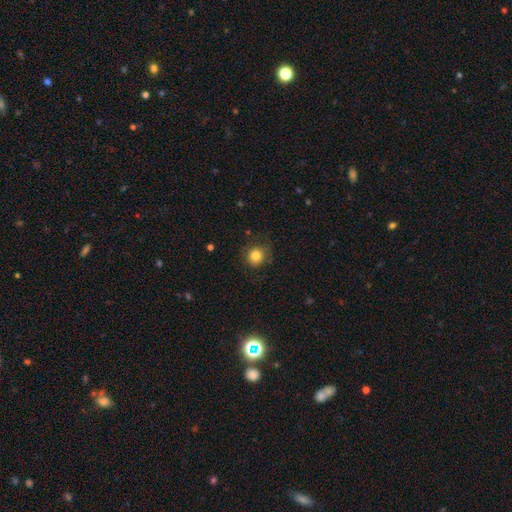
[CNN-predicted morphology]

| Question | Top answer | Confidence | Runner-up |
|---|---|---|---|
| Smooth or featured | smooth | 82% | star or artifact (11%) |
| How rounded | round | 89% | in between (10%) |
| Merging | none | 81% | minor disturbance (13%) |